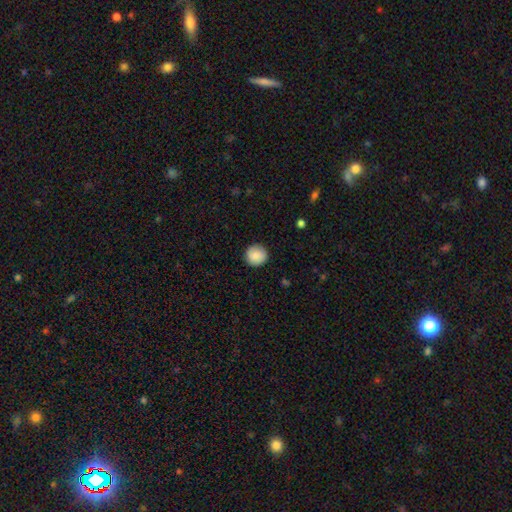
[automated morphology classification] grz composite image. It shows a smooth galaxy with no disk features (87%) that is round (94%). Merging: none (90%).